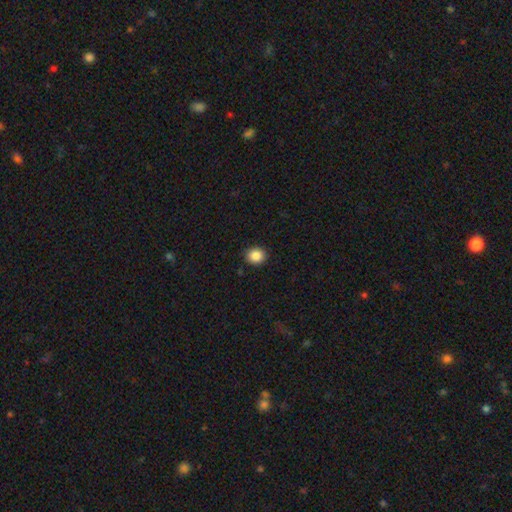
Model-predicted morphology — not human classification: Overall: smooth (87%). How rounded: round (76%). Merging: none (90%).